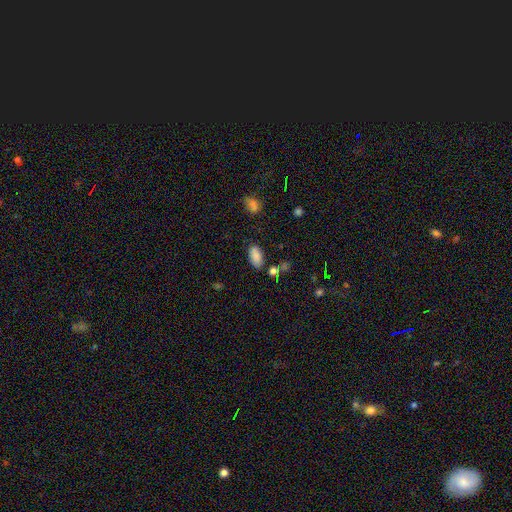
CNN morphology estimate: smooth_or_featured: smooth (p=0.86) [alt: star or artifact p=0.09]
how_rounded: in between (p=0.94) [alt: round p=0.03]
merging: none (p=0.77) [alt: minor disturbance p=0.14]